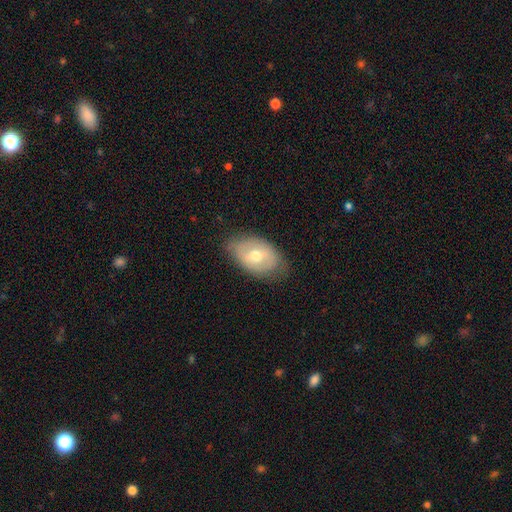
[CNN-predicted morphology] A smooth galaxy with no disk features (49%).

Vote fractions:
- Smooth or featured? smooth: 49% / featured or disk: 45% / star or artifact: 7%
- Merging? none: 74% / minor disturbance: 20% / major disturbance: 5% / merger: 1%